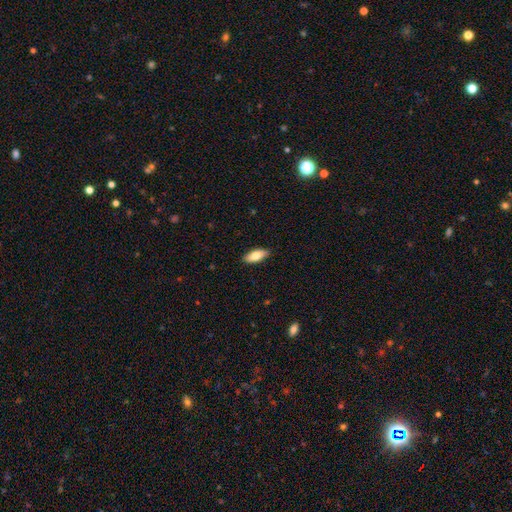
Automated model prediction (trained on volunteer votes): Smooth or featured? Predicted: smooth (p=0.76). How rounded? Predicted: in between (p=0.81). Merging? Predicted: none (p=0.88).